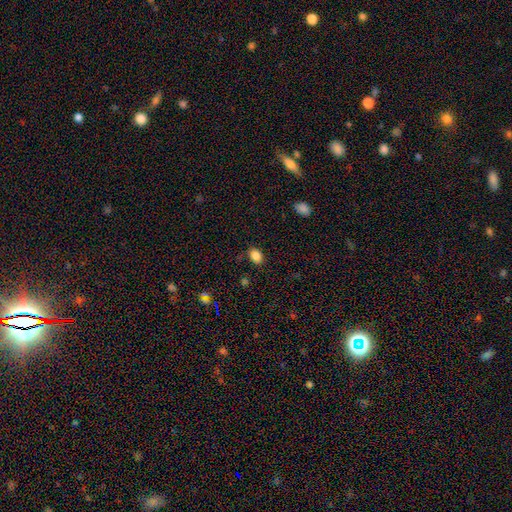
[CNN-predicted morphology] A smooth galaxy with no disk features (85%) that is in between round and cigar-shaped (76%). Merging: none (81%).